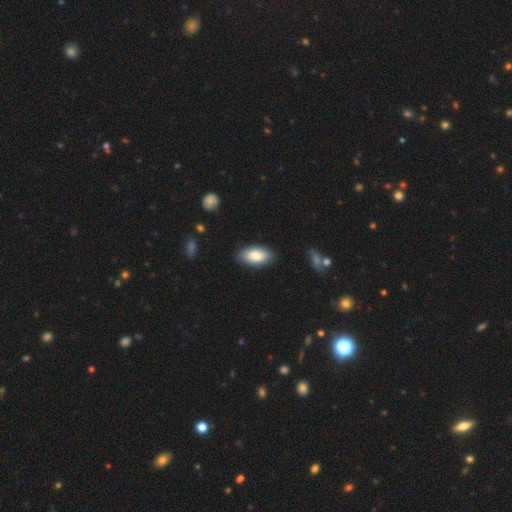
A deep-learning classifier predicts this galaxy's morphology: Smooth or featured: smooth — 84% (featured or disk — 10%)
How rounded: in between — 93% (cigar-shaped — 4%)
Merging: none — 86% (minor disturbance — 10%)